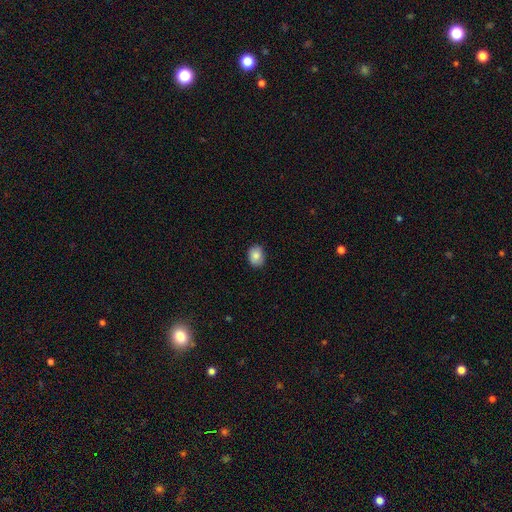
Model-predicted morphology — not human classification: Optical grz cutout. It shows a smooth galaxy with no disk features (84%) that is in between round and cigar-shaped (54%). Merging: none (84%).